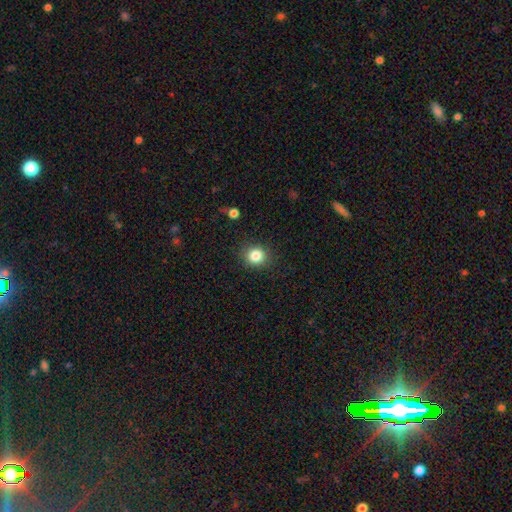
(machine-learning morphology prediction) The model was most divided on "how rounded": round: 84%, in between: 15%, cigar-shaped: 1%. More confident: merging — none (87%); smooth or featured — smooth (84%).